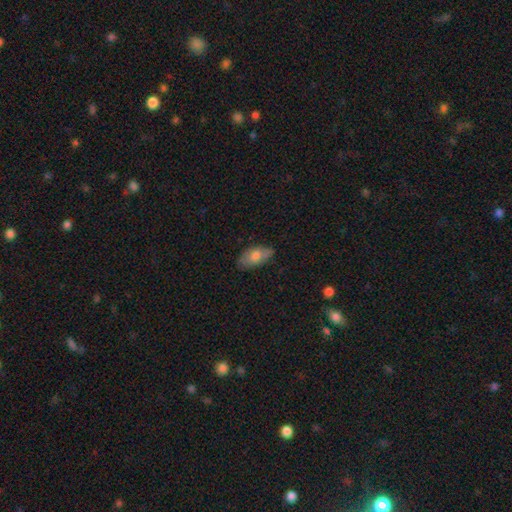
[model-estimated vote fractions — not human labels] smooth_or_featured: smooth (p=0.72) [alt: featured or disk p=0.21]
how_rounded: in between (p=0.91) [alt: cigar-shaped p=0.06]
merging: none (p=0.74) [alt: minor disturbance p=0.21]